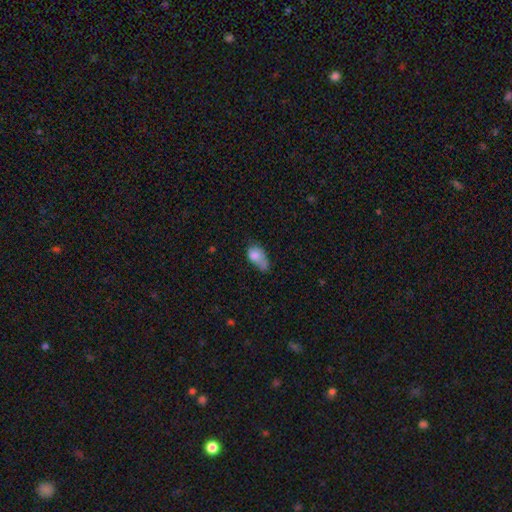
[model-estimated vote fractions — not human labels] Smooth or featured? smooth (75%)
How rounded? in between (83%)
Merging? minor disturbance (32%)